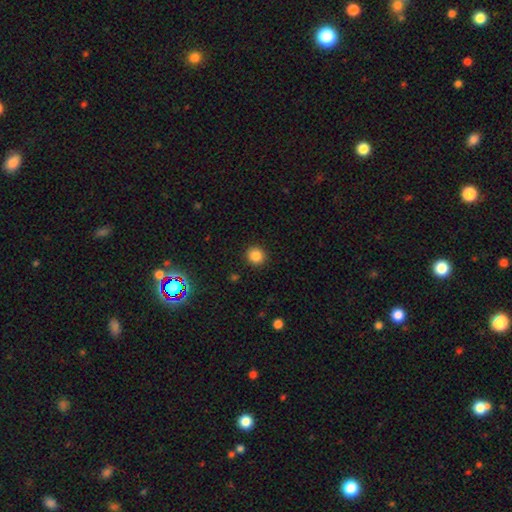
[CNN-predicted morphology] A smooth galaxy with no disk features (85%) that is round (90%).

Vote fractions:
- Smooth or featured? smooth: 85% / star or artifact: 11% / featured or disk: 4%
- How rounded? round: 90% / in between: 9% / cigar-shaped: 1%
- Merging? none: 92% / minor disturbance: 5% / major disturbance: 2% / merger: 1%